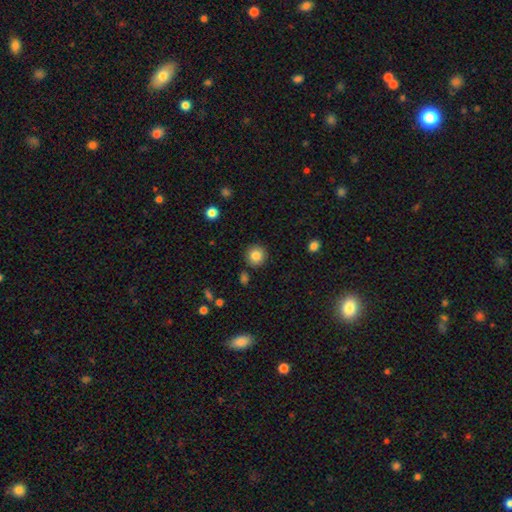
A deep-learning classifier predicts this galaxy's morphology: This is clearly a smooth galaxy (84%). How rounded: clearly round (92%). Merging: clearly none (88%).